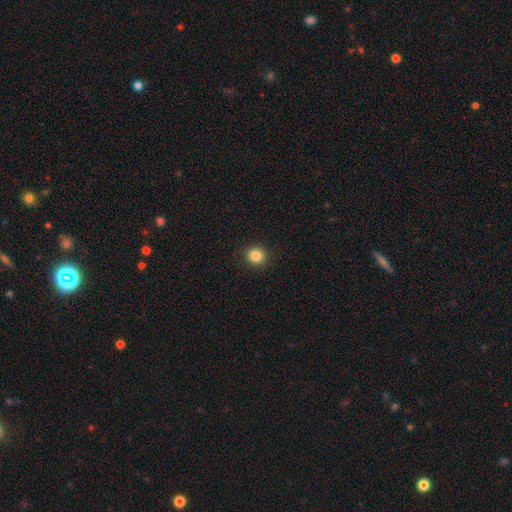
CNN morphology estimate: Smooth or featured? Predicted: smooth (p=0.85). How rounded? Predicted: round (p=0.92). Merging? Predicted: none (p=0.92).